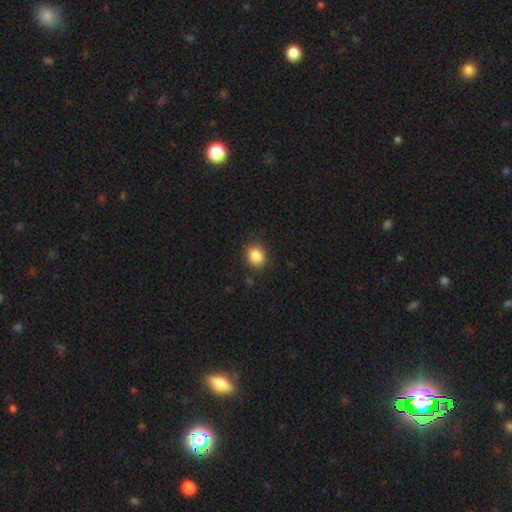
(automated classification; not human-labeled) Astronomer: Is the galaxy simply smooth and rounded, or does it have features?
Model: smooth — 86%.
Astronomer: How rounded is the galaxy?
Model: round — 72%.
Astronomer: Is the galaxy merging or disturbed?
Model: none — 88%.